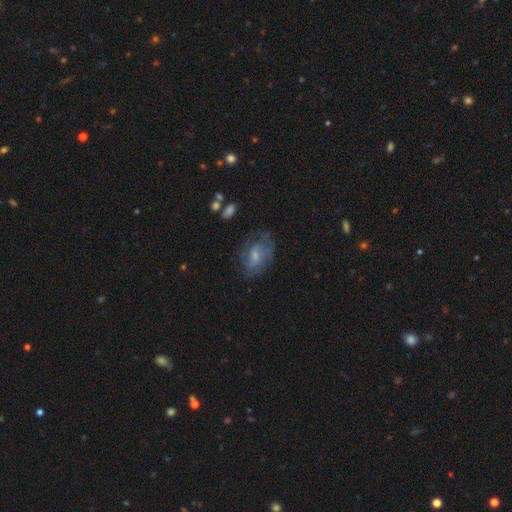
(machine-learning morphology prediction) smooth-or-featured: smooth: 46% | featured or disk: 45% | star or artifact: 9%
  merging: none: 55% | minor disturbance: 25% | major disturbance: 18% | merger: 2%